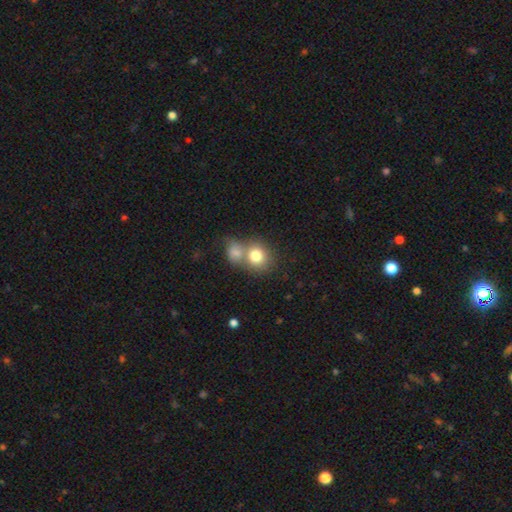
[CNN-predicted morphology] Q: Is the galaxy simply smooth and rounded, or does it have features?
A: smooth — 78%.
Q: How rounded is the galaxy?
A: round — 77%.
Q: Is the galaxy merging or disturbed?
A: merger — 50%.